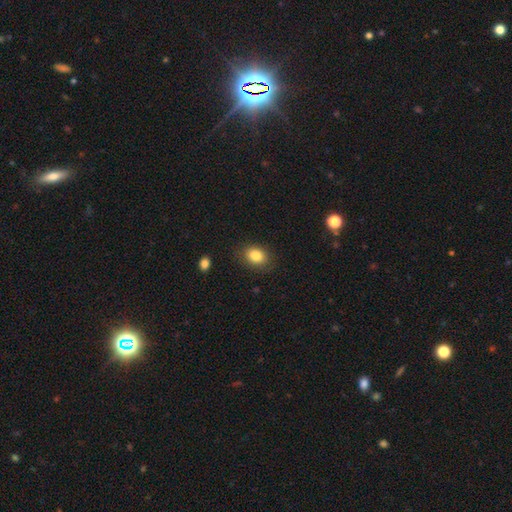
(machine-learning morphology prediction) Smooth or featured: smooth — 84% (star or artifact — 9%)
How rounded: in between — 69% (round — 30%)
Merging: none — 84% (minor disturbance — 12%)